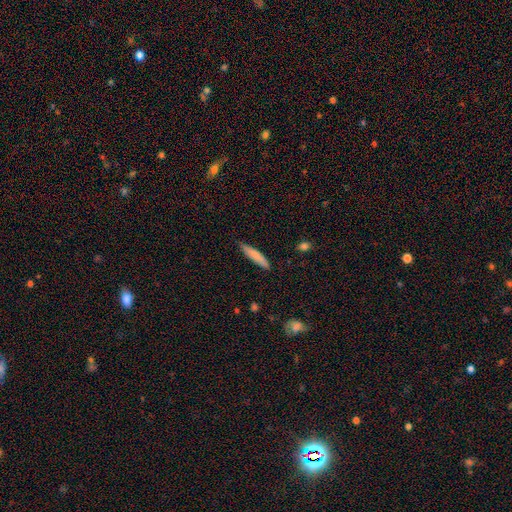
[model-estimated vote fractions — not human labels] This appears to be a smooth galaxy with no disk features (76%) that is cigar-shaped (88%). Merging: none (84%).